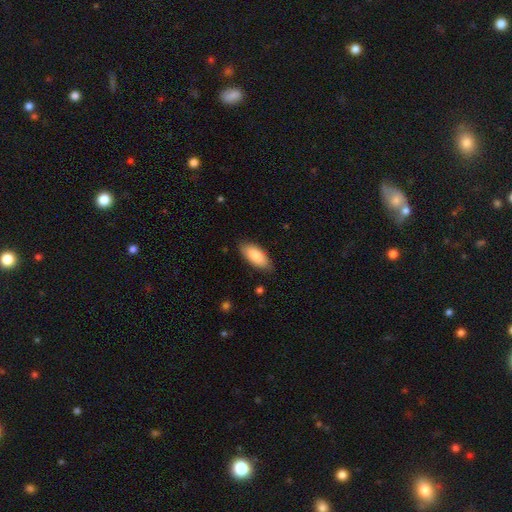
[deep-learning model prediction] This appears to be a smooth galaxy with no disk features (86%) that is in between round and cigar-shaped (88%). Merging: none (83%).